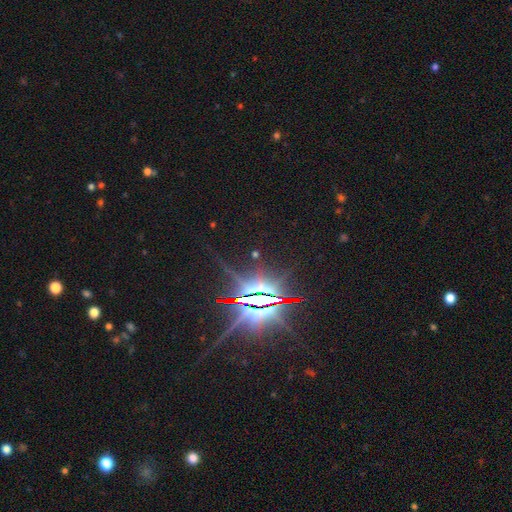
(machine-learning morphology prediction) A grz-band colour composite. It shows a star or artifact, not a galaxy (82%).